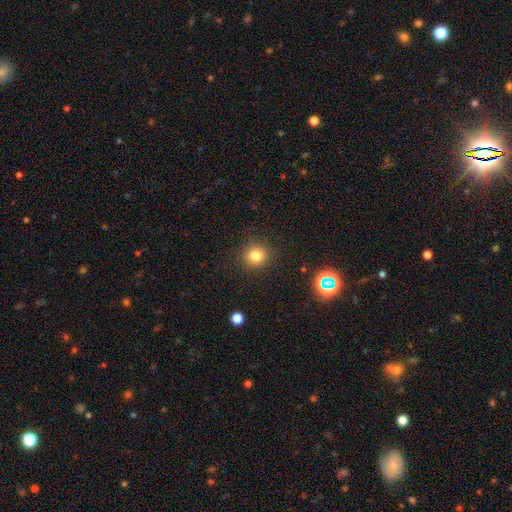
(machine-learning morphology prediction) smooth_or_featured: smooth (p=0.81) [alt: star or artifact p=0.14]
how_rounded: round (p=0.89) [alt: in between p=0.10]
merging: none (p=0.88) [alt: minor disturbance p=0.07]